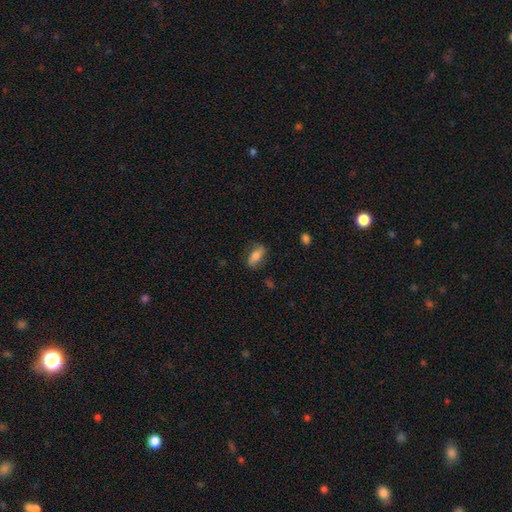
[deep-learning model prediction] Smooth or featured: smooth — 66% (featured or disk — 26%)
How rounded: in between — 82% (cigar-shaped — 12%)
Merging: none — 73% (minor disturbance — 19%)